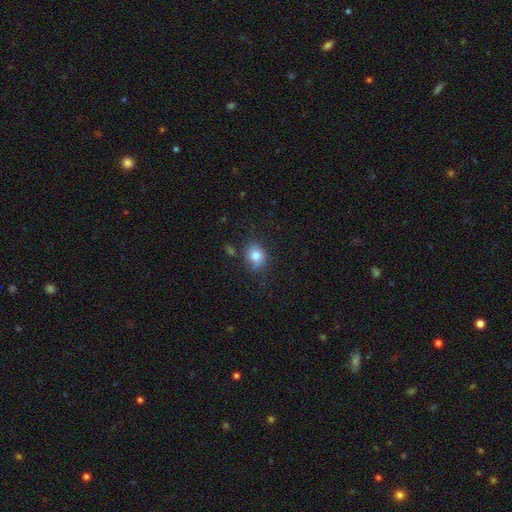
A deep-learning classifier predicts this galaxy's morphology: Smooth or featured? smooth (79%)
How rounded? round (54%)
Merging? none (65%)